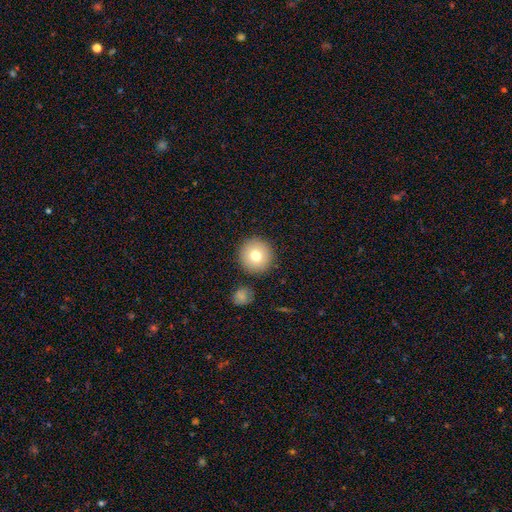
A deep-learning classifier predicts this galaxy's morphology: smooth-or-featured: smooth: 76% | featured or disk: 14% | star or artifact: 10%
  how-rounded: round: 94% | in between: 5% | cigar-shaped: 1%
  merging: none: 88% | minor disturbance: 6% | merger: 3% | major disturbance: 2%